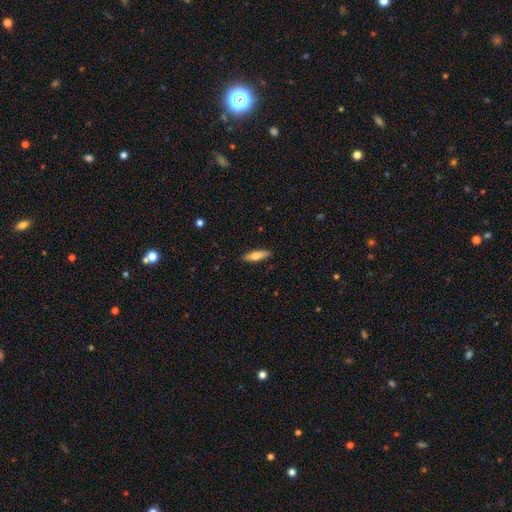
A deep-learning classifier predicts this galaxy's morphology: smooth-or-featured: smooth: 63% | featured or disk: 31% | star or artifact: 6%
  how-rounded: cigar-shaped: 63% | in between: 35% | round: 2%
  merging: none: 89% | minor disturbance: 8% | major disturbance: 2% | merger: 1%